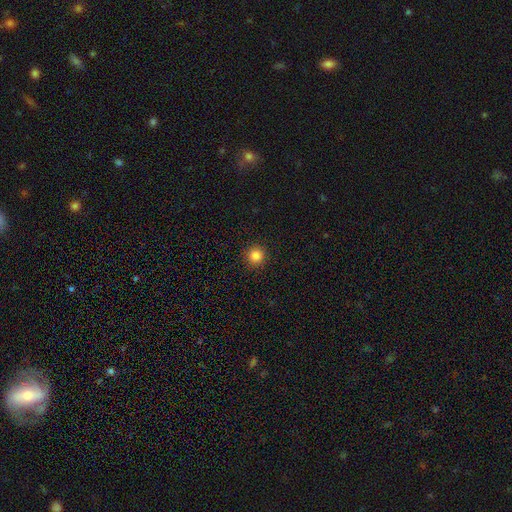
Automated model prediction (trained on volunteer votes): Morphology: type=smooth (84%); roundness=round (95%); merging=none (92%).